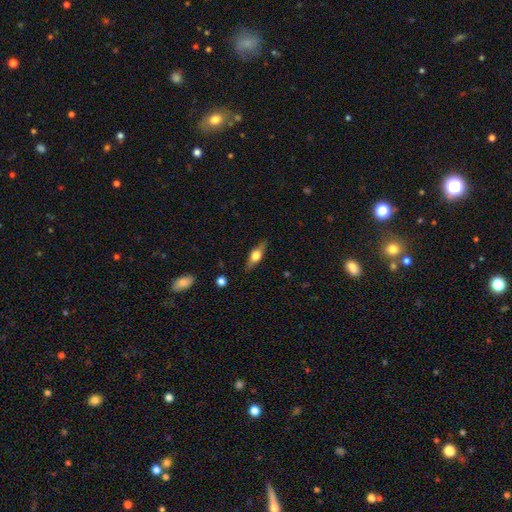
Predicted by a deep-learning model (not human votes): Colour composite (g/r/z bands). It shows a featured or disk galaxy (51%) viewed edge-on (91%). Merging: none (85%).